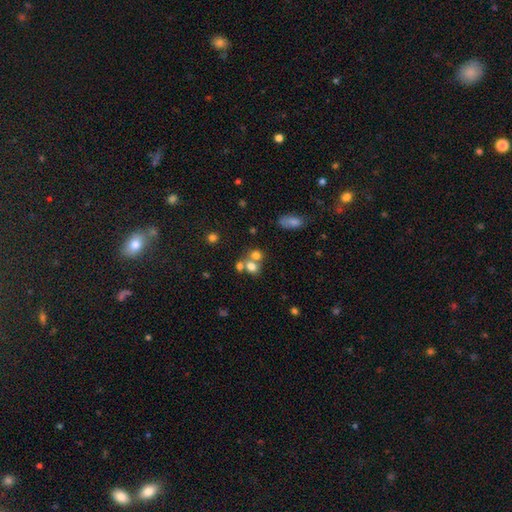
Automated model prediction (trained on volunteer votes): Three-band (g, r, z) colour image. It shows a smooth galaxy with no disk features (71%) that is round (71%). Merging: merger (49%).